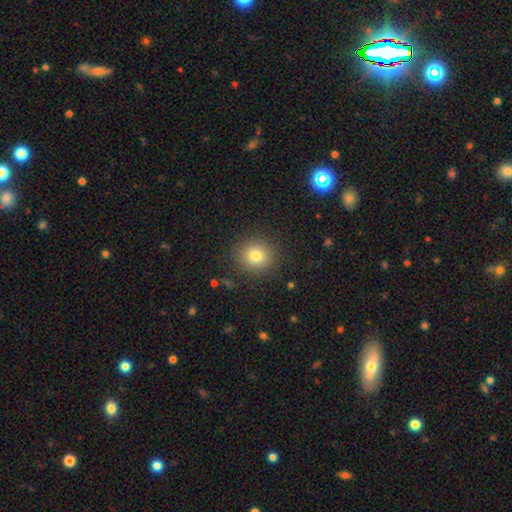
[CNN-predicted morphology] The model was most divided on "smooth or featured": smooth: 80%, star or artifact: 12%, featured or disk: 8%. More confident: how rounded — round (89%); merging — none (89%).